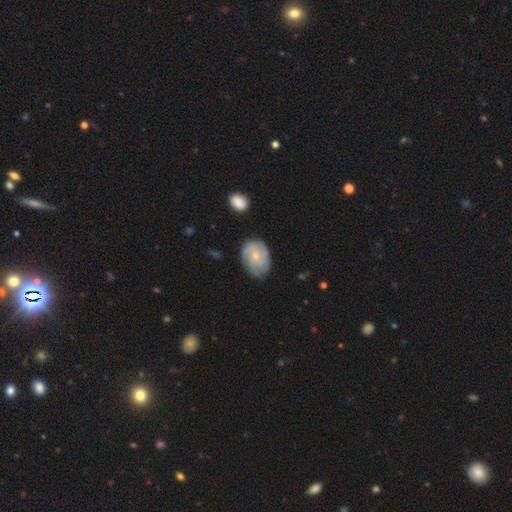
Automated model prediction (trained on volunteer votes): A smooth galaxy with no disk features (50%).

Vote fractions:
- Smooth or featured? smooth: 50% / featured or disk: 43% / star or artifact: 7%
- Merging? none: 71% / minor disturbance: 22% / major disturbance: 5% / merger: 2%